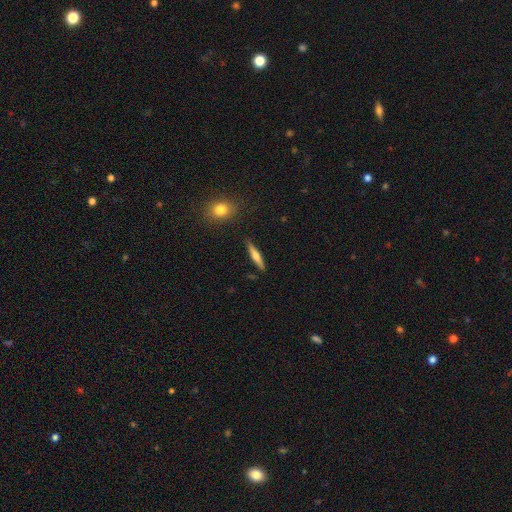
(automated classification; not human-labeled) Smooth or featured? smooth (47%, tied with featured or disk)
Merging? none (89%)